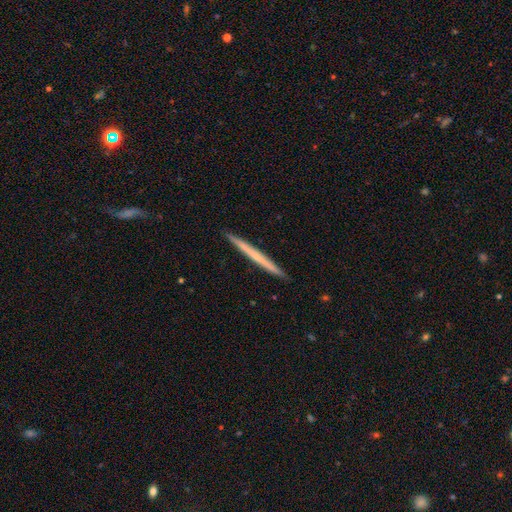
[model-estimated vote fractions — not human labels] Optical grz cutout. It shows a smooth galaxy with no disk features (49%). Merging: none (93%).